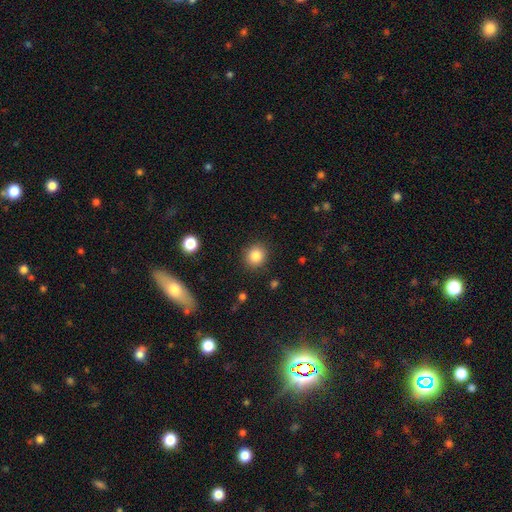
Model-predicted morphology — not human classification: Smooth or featured: smooth — 84% (star or artifact — 10%)
How rounded: round — 82% (in between — 17%)
Merging: none — 89% (minor disturbance — 7%)